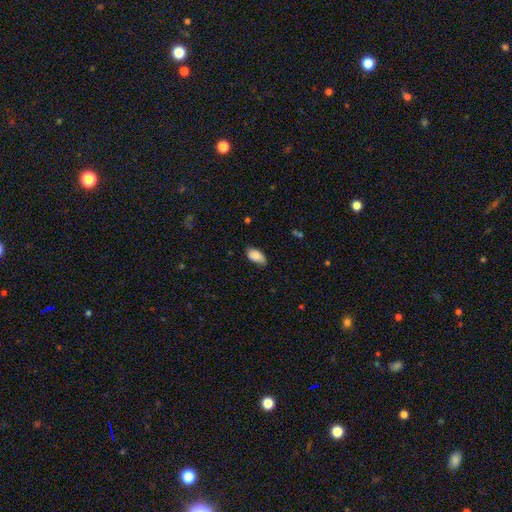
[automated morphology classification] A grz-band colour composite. It shows a smooth galaxy with no disk features (84%) that is in between round and cigar-shaped (94%). Merging: none (62%).